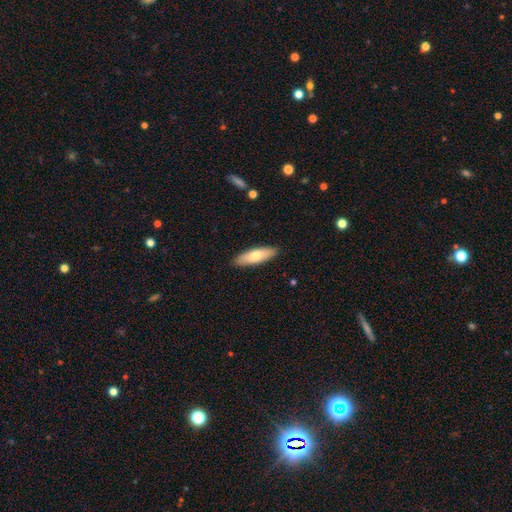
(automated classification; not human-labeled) Smooth or featured? smooth (73%)
How rounded? cigar-shaped (50%)
Merging? none (89%)